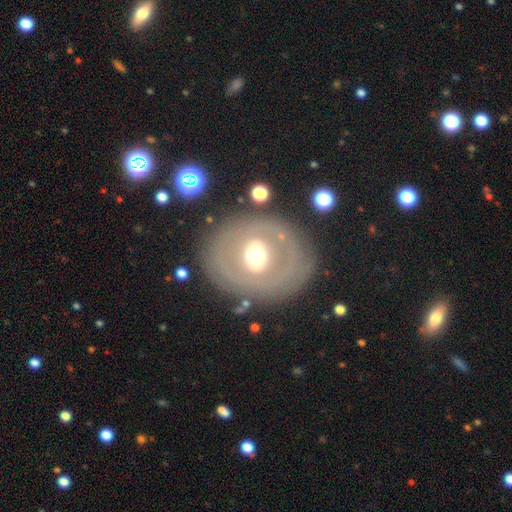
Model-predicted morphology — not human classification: Smooth or featured?
  - featured or disk: 58% *
  - smooth: 34%
  - star or artifact: 8%
Edge-on disk?
  - no: 92% *
  - yes: 8%
Bar?
  - no: 43% *
  - weak: 33%
  - strong: 24%
Spiral arms?
  - no: 84% *
  - yes: 16%
Bulge size?
  - moderate: 64% *
  - large: 23%
  - small: 9%
  - dominant: 3%
  - none: 1%
Merging?
  - none: 80% *
  - minor disturbance: 11%
  - major disturbance: 7%
  - merger: 3%